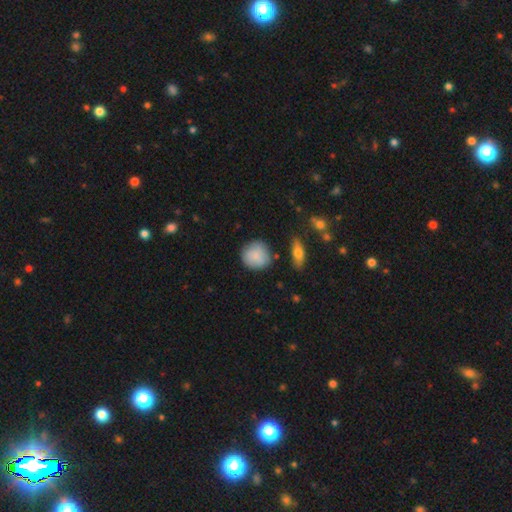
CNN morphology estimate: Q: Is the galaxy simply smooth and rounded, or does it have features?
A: smooth — 85%.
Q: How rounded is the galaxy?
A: round — 89%.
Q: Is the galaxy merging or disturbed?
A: none — 77%.